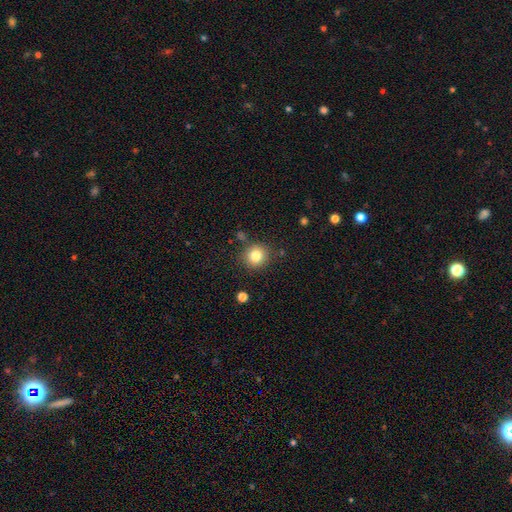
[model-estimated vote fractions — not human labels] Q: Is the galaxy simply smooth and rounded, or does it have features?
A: smooth — 83%.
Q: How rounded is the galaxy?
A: round — 89%.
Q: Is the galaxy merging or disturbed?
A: none — 83%.